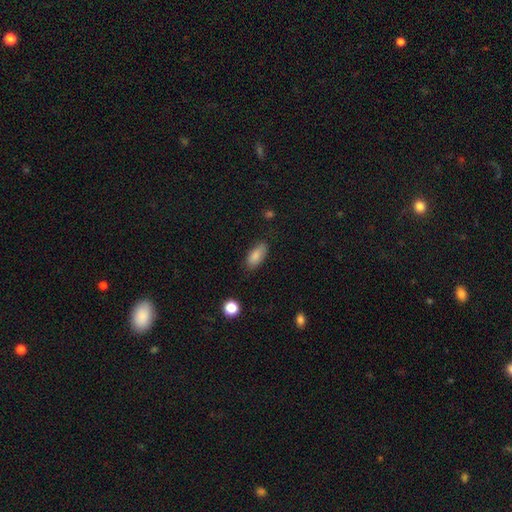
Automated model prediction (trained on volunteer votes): Smooth or featured: smooth — 85% (star or artifact — 8%)
How rounded: in between — 88% (cigar-shaped — 9%)
Merging: none — 75% (minor disturbance — 19%)